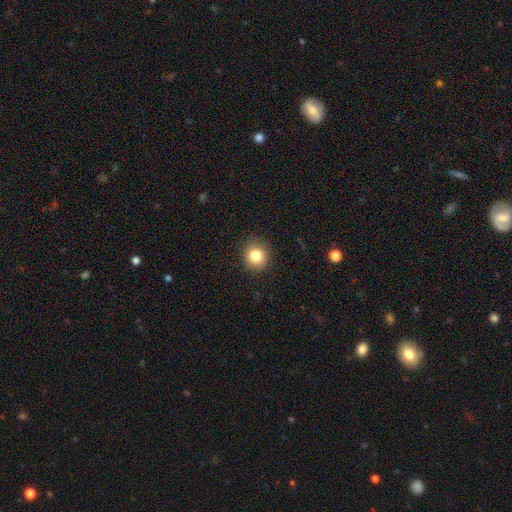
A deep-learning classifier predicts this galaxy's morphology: Q: Smooth or featured?
A: smooth (82%); runner-up: star or artifact (11%)
Q: How rounded?
A: round (86%); runner-up: in between (14%)
Q: Merging?
A: none (89%); runner-up: minor disturbance (7%)